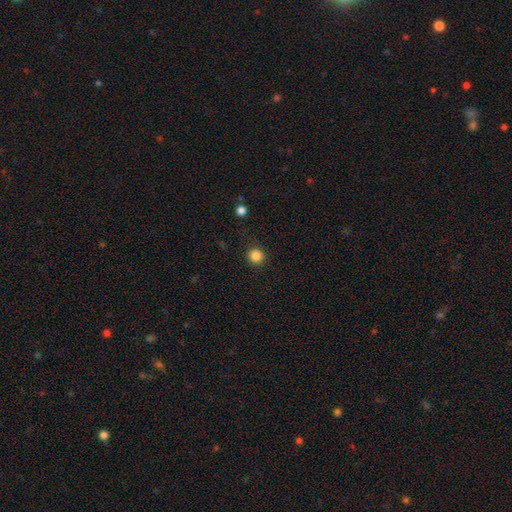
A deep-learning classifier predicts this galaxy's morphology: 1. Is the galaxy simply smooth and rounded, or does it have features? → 85% smooth, 11% star or artifact, 3% featured or disk.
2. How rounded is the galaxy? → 94% round, 5% in between, 1% cigar-shaped.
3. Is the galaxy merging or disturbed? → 90% none, 6% minor disturbance, 2% major disturbance, 1% merger.